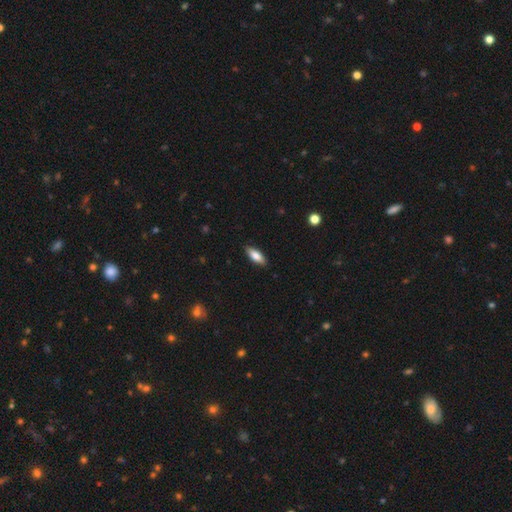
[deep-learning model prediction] smooth-or-featured: smooth: 77% | featured or disk: 17% | star or artifact: 6%
  how-rounded: in between: 71% | cigar-shaped: 27% | round: 2%
  merging: none: 89% | minor disturbance: 8% | major disturbance: 2% | merger: 1%